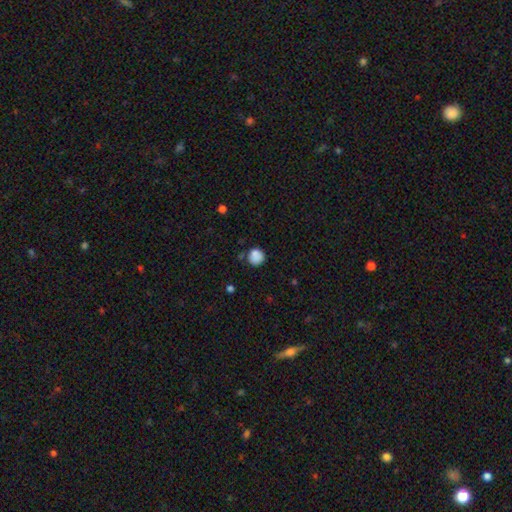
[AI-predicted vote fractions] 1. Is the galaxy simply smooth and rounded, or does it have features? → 86% smooth, 9% star or artifact, 5% featured or disk.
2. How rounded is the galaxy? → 90% round, 9% in between, 1% cigar-shaped.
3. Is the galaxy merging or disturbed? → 71% none, 20% minor disturbance, 4% major disturbance, 4% merger.